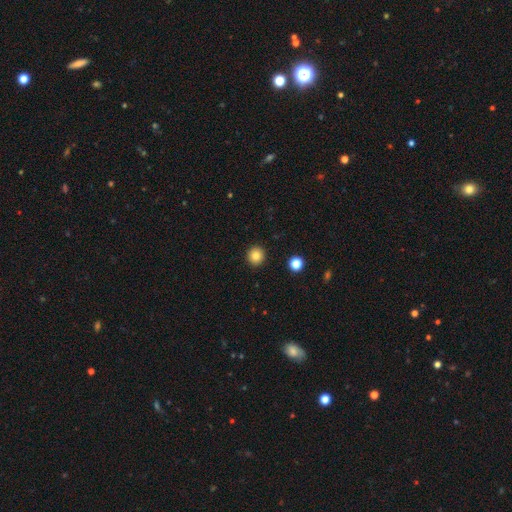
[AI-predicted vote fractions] The model was most divided on "smooth or featured": smooth: 84%, star or artifact: 11%, featured or disk: 6%. More confident: how rounded — round (94%); merging — none (93%).